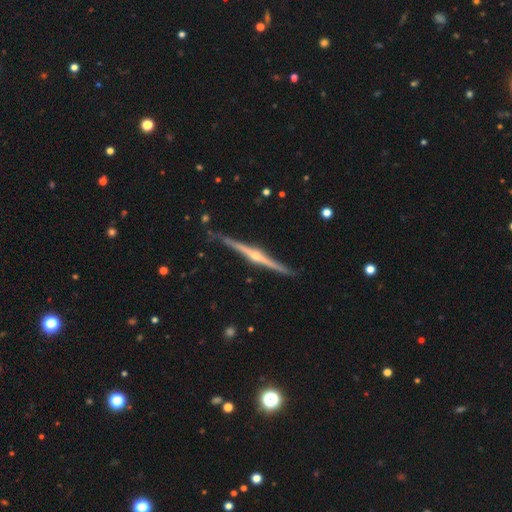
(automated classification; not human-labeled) Smooth or featured? Predicted: featured or disk (p=0.87). Edge-on disk? Predicted: yes (p=0.98). Edge-on bulge? Predicted: rounded (p=0.90). Merging? Predicted: none (p=0.86).